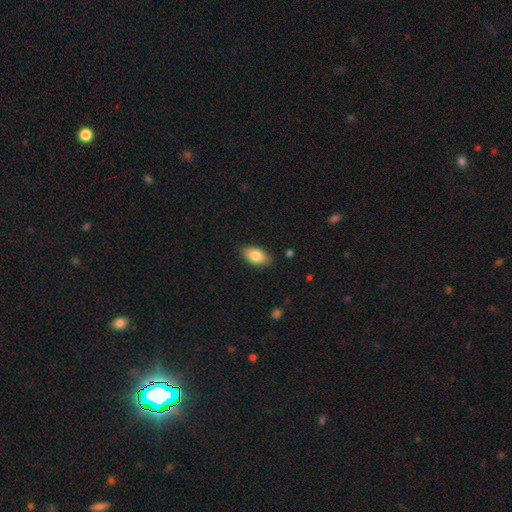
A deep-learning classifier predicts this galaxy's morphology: A smooth galaxy with no disk features (84%) that is in between round and cigar-shaped (93%).

Vote fractions:
- Smooth or featured? smooth: 84% / featured or disk: 9% / star or artifact: 7%
- How rounded? in between: 93% / round: 5% / cigar-shaped: 2%
- Merging? none: 86% / minor disturbance: 11% / major disturbance: 2% / merger: 1%